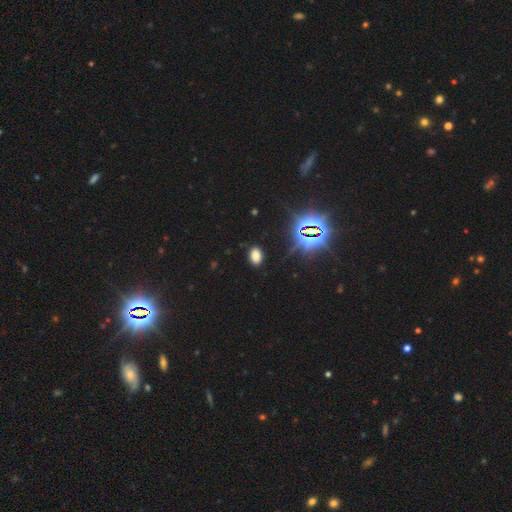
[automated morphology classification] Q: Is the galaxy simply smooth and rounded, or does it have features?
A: smooth — 70%.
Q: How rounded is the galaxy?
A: in between — 89%.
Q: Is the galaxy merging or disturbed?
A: none — 86%.